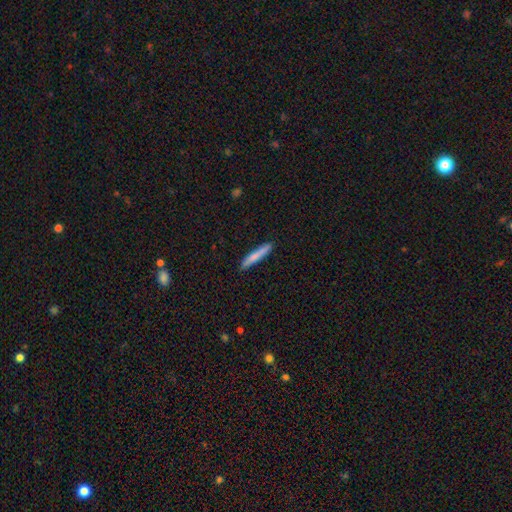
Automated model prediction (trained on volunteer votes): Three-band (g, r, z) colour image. It shows a smooth galaxy with no disk features (76%) that is cigar-shaped (93%). Merging: none (87%).